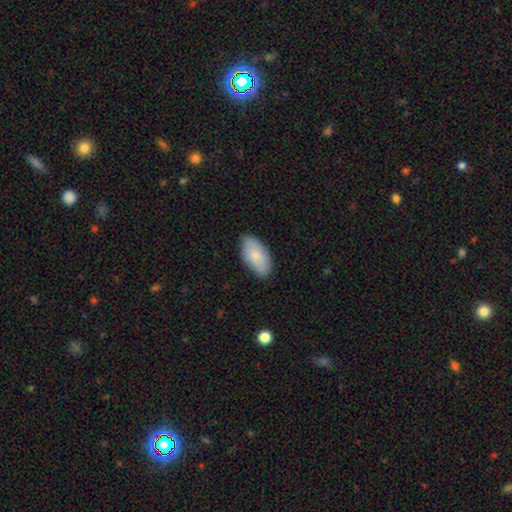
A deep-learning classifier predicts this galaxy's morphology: Q: Smooth or featured?
A: smooth (82%); runner-up: featured or disk (12%)
Q: How rounded?
A: in between (95%); runner-up: cigar-shaped (3%)
Q: Merging?
A: none (84%); runner-up: minor disturbance (13%)